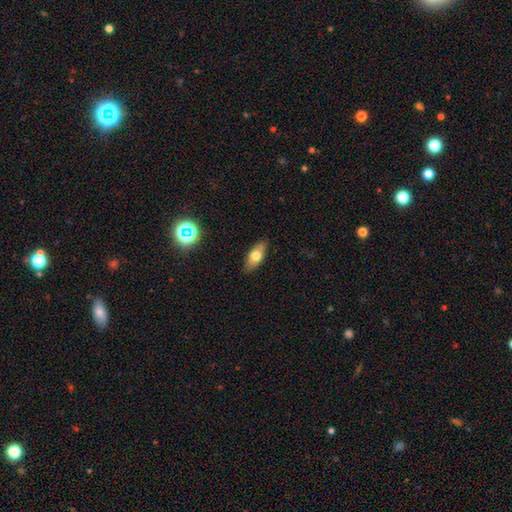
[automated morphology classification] Smooth or featured? Predicted: smooth (p=0.66). How rounded? Predicted: in between (p=0.80). Merging? Predicted: none (p=0.86).